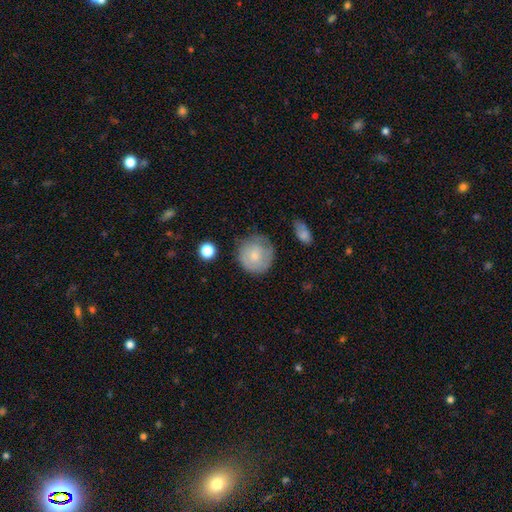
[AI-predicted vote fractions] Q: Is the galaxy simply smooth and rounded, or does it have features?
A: smooth — 71%.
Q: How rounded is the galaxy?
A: round — 91%.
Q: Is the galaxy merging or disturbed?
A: none — 70%.